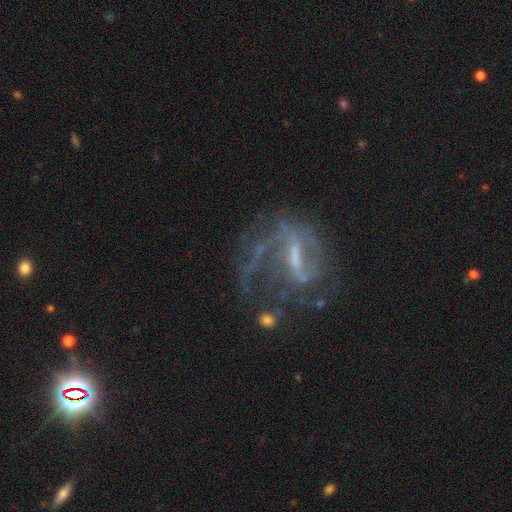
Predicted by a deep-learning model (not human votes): The model was most divided on "bar": strong: 46%, weak: 40%, no: 13%. Remaining: edge-on disk — no (94%); spiral arms — yes (85%); smooth or featured — featured or disk (81%); spiral arm count — 2 (46%); merging — none (46%); bulge size — small (43%); spiral winding — medium (43%).